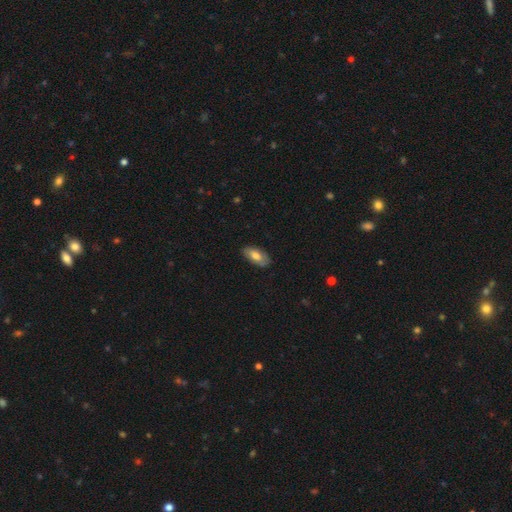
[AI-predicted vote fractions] A smooth galaxy with no disk features (71%) that is in between round and cigar-shaped (92%).

Vote fractions:
- Smooth or featured? smooth: 71% / featured or disk: 23% / star or artifact: 6%
- How rounded? in between: 92% / cigar-shaped: 5% / round: 3%
- Merging? none: 84% / minor disturbance: 13% / major disturbance: 2% / merger: 1%